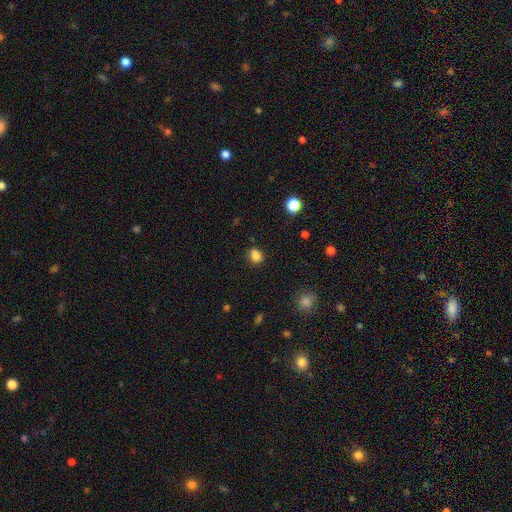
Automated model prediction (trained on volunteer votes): Overall: smooth (84%). How rounded: round (55%; in between 44%). Merging: none (80%).